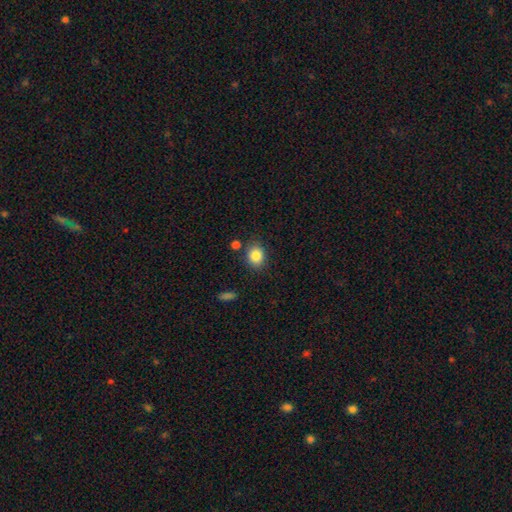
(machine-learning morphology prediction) smooth 85%, star or artifact 9%, featured or disk 6%. Down the decision tree: how rounded — round (54%); merging — none (79%).